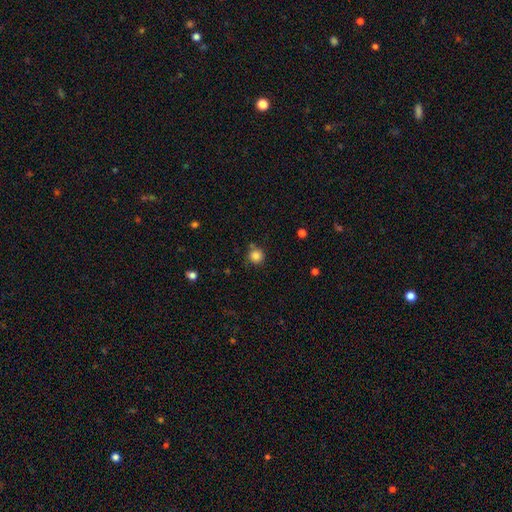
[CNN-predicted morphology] Smooth or featured?
  - smooth: 84% *
  - star or artifact: 12%
  - featured or disk: 4%
How rounded?
  - round: 93% *
  - in between: 6%
  - cigar-shaped: 1%
Merging?
  - none: 79% *
  - minor disturbance: 12%
  - merger: 6%
  - major disturbance: 3%